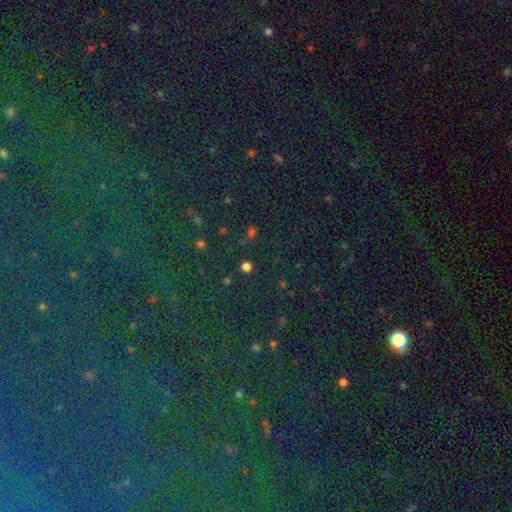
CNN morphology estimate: This appears to be a star or artifact, not a galaxy (84%).